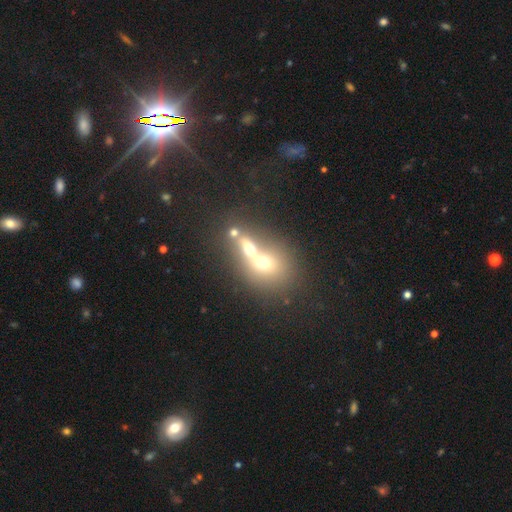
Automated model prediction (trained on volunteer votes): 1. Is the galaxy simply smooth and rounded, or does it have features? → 53% smooth, 31% featured or disk, 16% star or artifact.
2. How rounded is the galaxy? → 55% round, 41% in between, 4% cigar-shaped.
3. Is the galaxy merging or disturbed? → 70% merger, 19% none, 6% minor disturbance, 5% major disturbance.